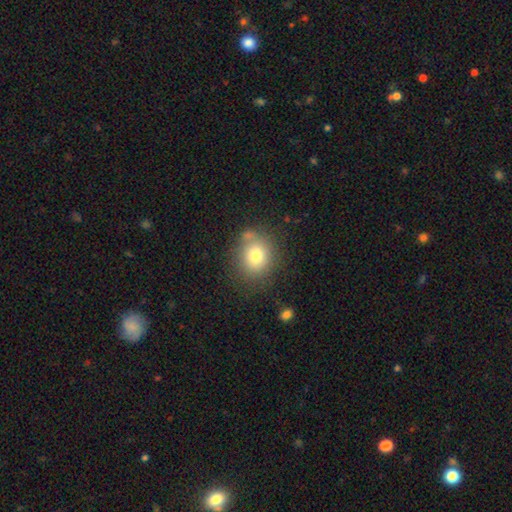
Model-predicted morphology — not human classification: Smooth or featured?
  - smooth: 76% *
  - featured or disk: 12%
  - star or artifact: 12%
How rounded?
  - round: 75% *
  - in between: 24%
  - cigar-shaped: 1%
Merging?
  - none: 71% *
  - minor disturbance: 15%
  - merger: 9%
  - major disturbance: 5%